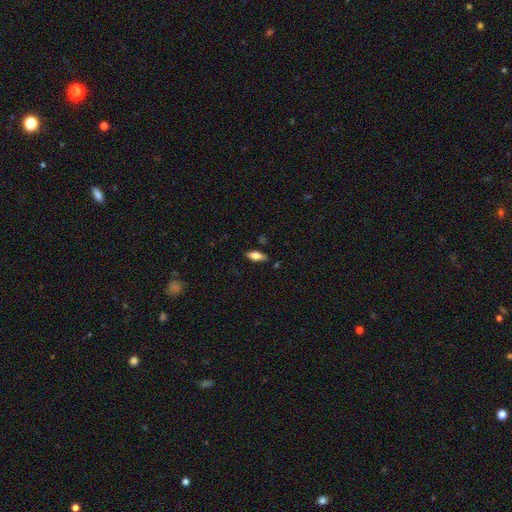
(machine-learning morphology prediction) Smooth or featured? smooth (70%)
How rounded? in between (76%)
Merging? none (82%)